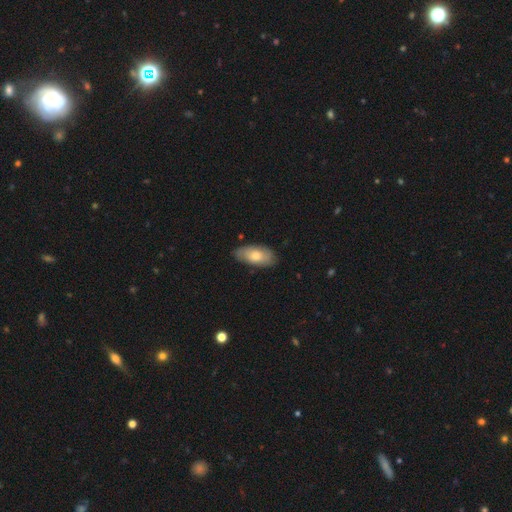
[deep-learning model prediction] A smooth galaxy with no disk features (67%) that is in between round and cigar-shaped (92%).

Vote fractions:
- Smooth or featured? smooth: 67% / featured or disk: 27% / star or artifact: 6%
- How rounded? in between: 92% / cigar-shaped: 5% / round: 3%
- Merging? none: 78% / minor disturbance: 18% / major disturbance: 3% / merger: 1%